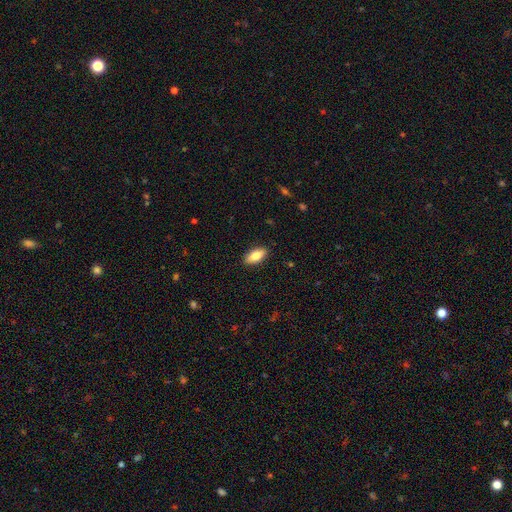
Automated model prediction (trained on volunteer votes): Morphology: type=smooth (80%); roundness=in between (87%); merging=none (89%).